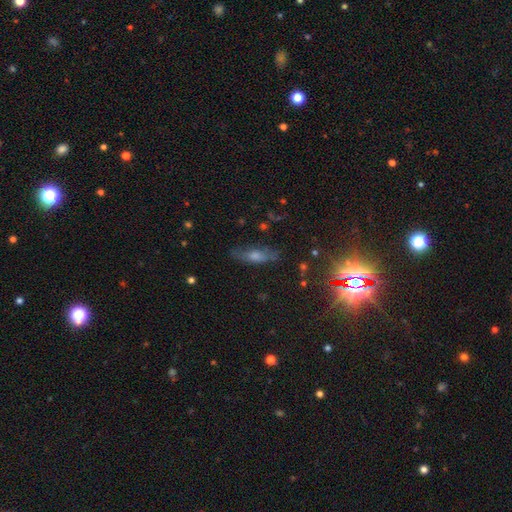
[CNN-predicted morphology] Q: Smooth or featured?
A: smooth (49%); runner-up: featured or disk (34%)
Q: Merging?
A: none (75%); runner-up: minor disturbance (17%)